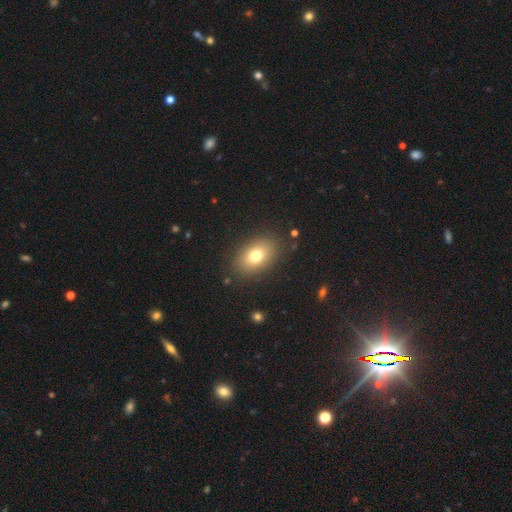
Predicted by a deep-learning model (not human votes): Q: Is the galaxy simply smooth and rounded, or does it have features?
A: smooth — 75%.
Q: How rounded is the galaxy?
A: in between — 84%.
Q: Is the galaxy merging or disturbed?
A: none — 86%.